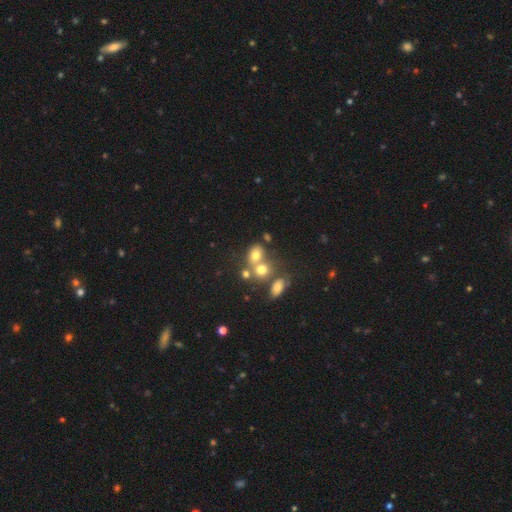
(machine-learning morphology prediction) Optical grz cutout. It shows a smooth galaxy with no disk features (67%) that is round (52%). Merging: merger (45%).